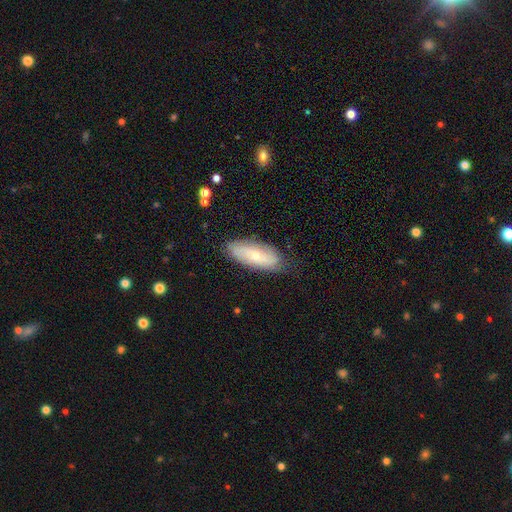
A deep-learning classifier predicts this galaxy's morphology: A smooth galaxy with no disk features (51%) that is in between round and cigar-shaped (76%).

Vote fractions:
- Smooth or featured? smooth: 51% / featured or disk: 42% / star or artifact: 7%
- How rounded? in between: 76% / cigar-shaped: 21% / round: 3%
- Merging? none: 76% / minor disturbance: 19% / major disturbance: 4% / merger: 1%